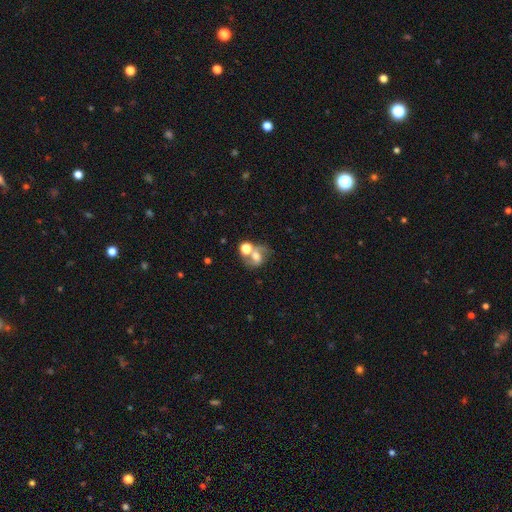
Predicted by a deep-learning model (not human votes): Smooth or featured?
  - featured or disk: 47% *
  - smooth: 40%
  - star or artifact: 13%
Merging?
  - none: 40% *
  - merger: 38%
  - minor disturbance: 13%
  - major disturbance: 9%